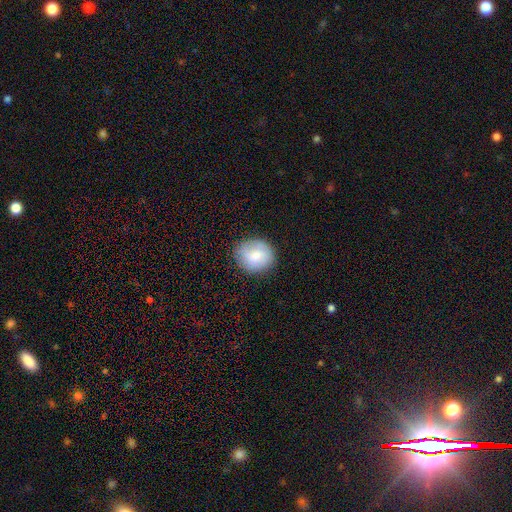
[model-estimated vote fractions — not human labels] This is likely a smooth galaxy (76%). How rounded: likely round (71%). Merging: clearly none (80%).